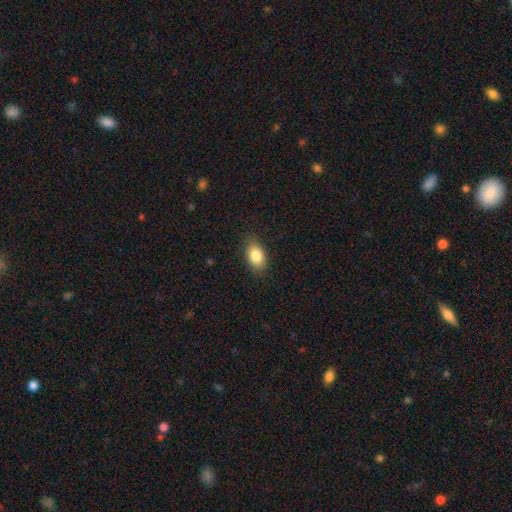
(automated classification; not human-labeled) Q: Smooth or featured?
A: smooth (85%); runner-up: featured or disk (8%)
Q: How rounded?
A: in between (88%); runner-up: round (9%)
Q: Merging?
A: none (85%); runner-up: minor disturbance (12%)